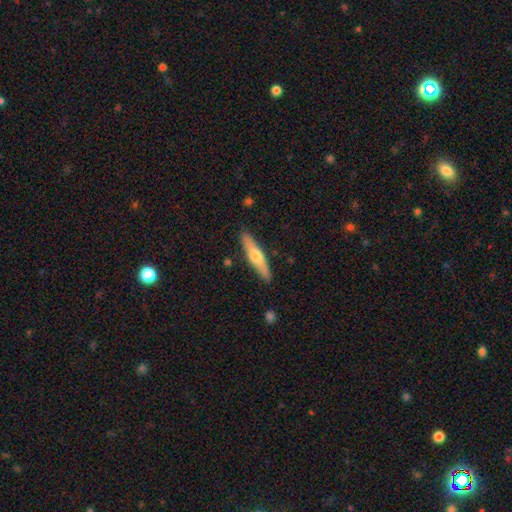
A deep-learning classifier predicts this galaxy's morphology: The model was most divided on "smooth or featured": smooth: 51%, featured or disk: 44%, star or artifact: 5%. More confident: merging — none (88%); how rounded — cigar-shaped (84%).